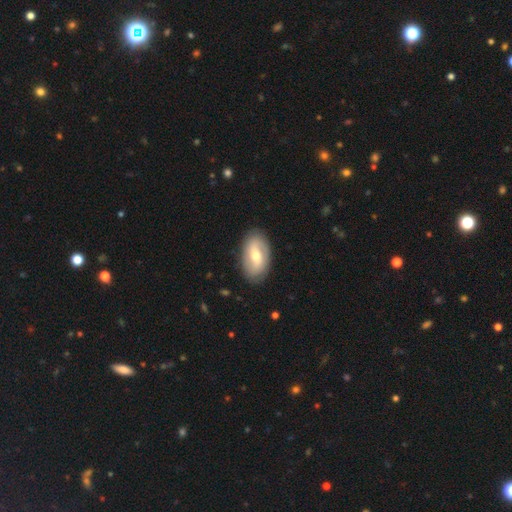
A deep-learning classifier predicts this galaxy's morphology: A featured or disk galaxy (49%). Merging: none (86%).